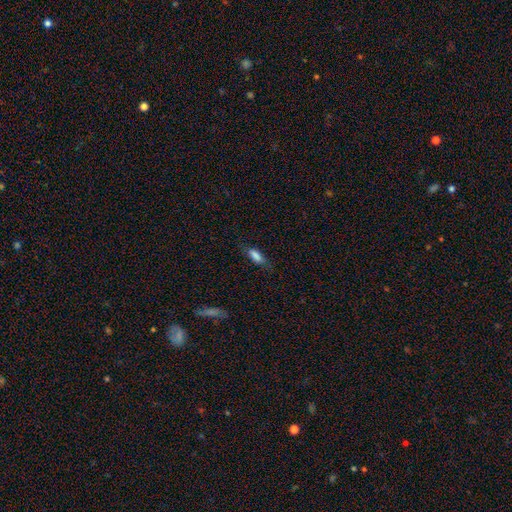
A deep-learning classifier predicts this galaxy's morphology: A smooth galaxy with no disk features (80%) that is in between round and cigar-shaped (65%).

Vote fractions:
- Smooth or featured? smooth: 80% / featured or disk: 11% / star or artifact: 9%
- How rounded? in between: 65% / cigar-shaped: 32% / round: 3%
- Merging? none: 71% / minor disturbance: 21% / major disturbance: 7% / merger: 2%